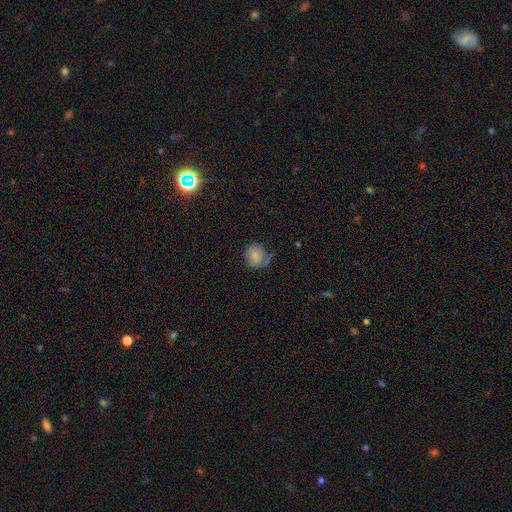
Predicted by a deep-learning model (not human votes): Smooth or featured? Predicted: smooth (p=0.82). How rounded? Predicted: round (p=0.86). Merging? Predicted: none (p=0.65).